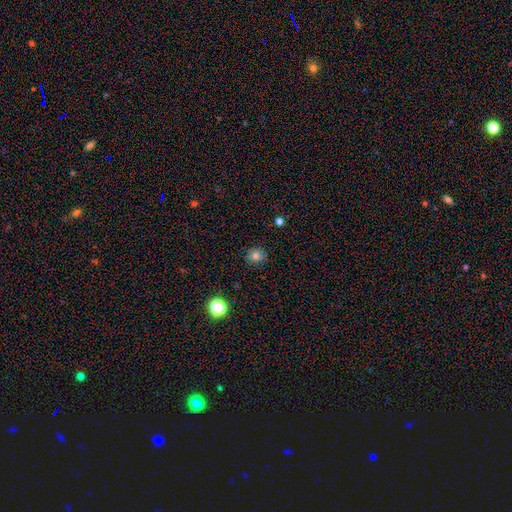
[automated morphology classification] type=smooth (80%); roundness=round (82%); merging=none (86%).